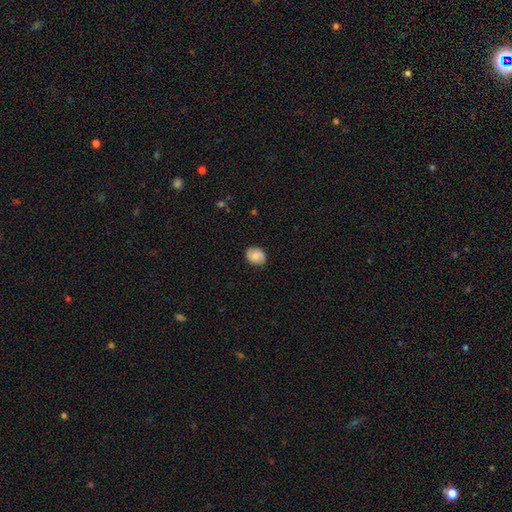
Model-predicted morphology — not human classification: The model was most divided on "how rounded": round: 56%, in between: 43%, cigar-shaped: 1%. More confident: merging — none (84%); smooth or featured — smooth (75%).